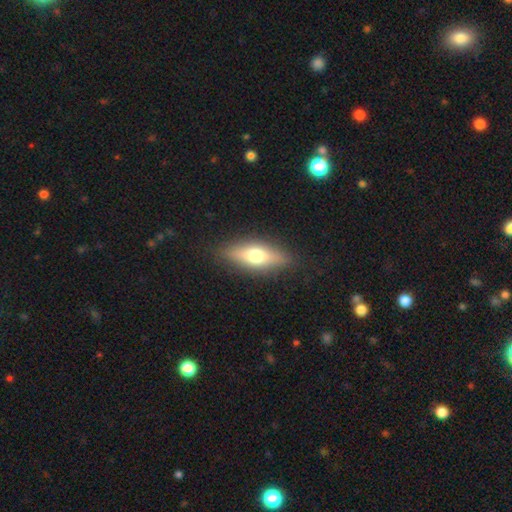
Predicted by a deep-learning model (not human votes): Smooth or featured? Predicted: smooth (p=0.58). How rounded? Predicted: in between (p=0.61). Merging? Predicted: none (p=0.86).